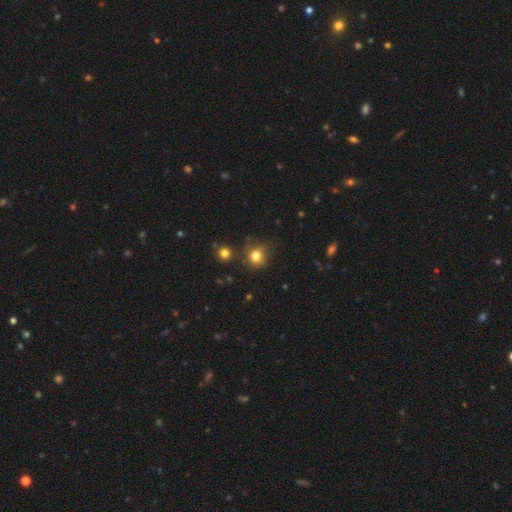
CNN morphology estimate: smooth_or_featured: smooth (p=0.79) [alt: star or artifact p=0.14]
how_rounded: round (p=0.83) [alt: in between p=0.16]
merging: none (p=0.76) [alt: minor disturbance p=0.14]